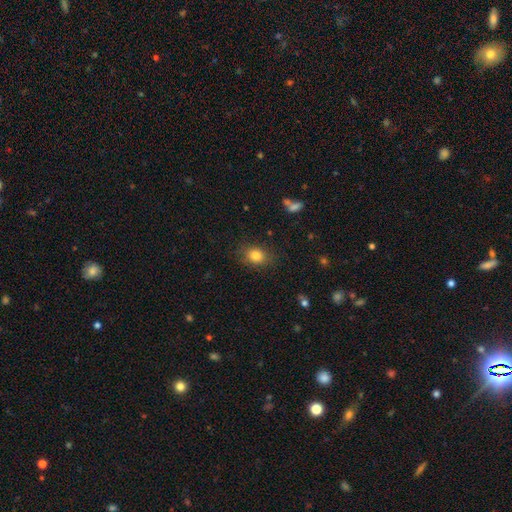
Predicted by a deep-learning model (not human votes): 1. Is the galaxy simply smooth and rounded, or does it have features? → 83% smooth, 10% star or artifact, 7% featured or disk.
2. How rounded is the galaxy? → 55% in between, 44% round, 1% cigar-shaped.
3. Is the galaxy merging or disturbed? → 81% none, 13% minor disturbance, 4% major disturbance, 1% merger.